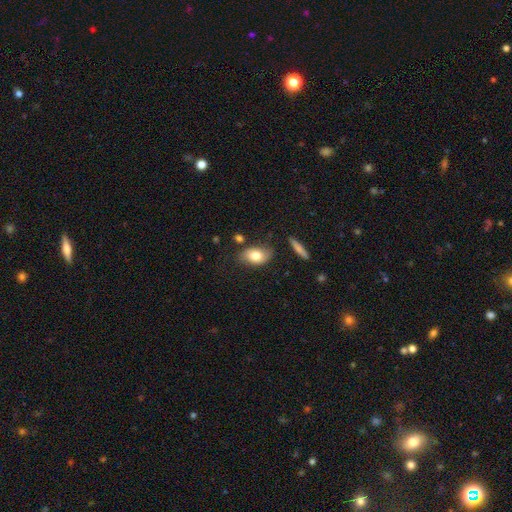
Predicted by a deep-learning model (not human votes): Morphology: type=smooth (73%); roundness=in between (88%); merging=none (69%).